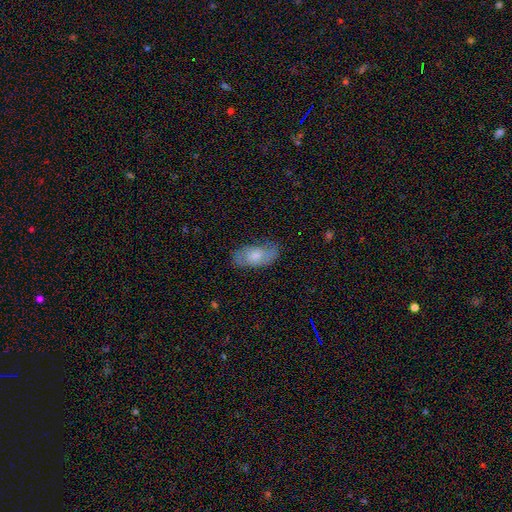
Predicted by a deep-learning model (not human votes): Smooth or featured?
  - smooth: 55% *
  - featured or disk: 38%
  - star or artifact: 7%
How rounded?
  - in between: 90% *
  - cigar-shaped: 7%
  - round: 4%
Merging?
  - none: 72% *
  - minor disturbance: 20%
  - major disturbance: 6%
  - merger: 1%